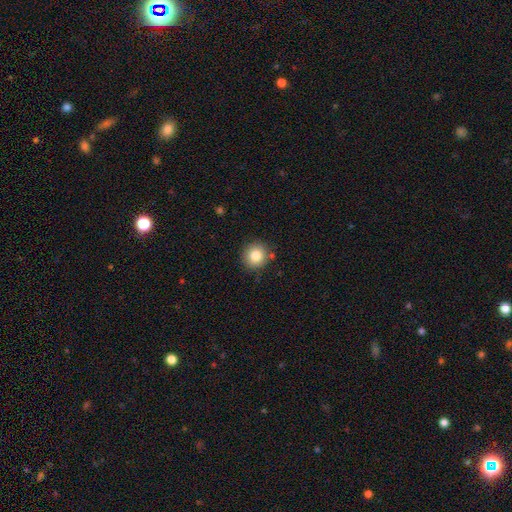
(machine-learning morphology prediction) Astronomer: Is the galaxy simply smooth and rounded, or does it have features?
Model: smooth — 83%.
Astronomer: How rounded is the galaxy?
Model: round — 90%.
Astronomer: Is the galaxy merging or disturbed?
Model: none — 87%.